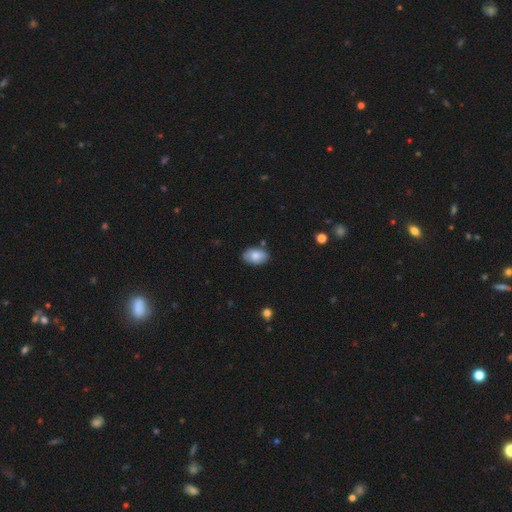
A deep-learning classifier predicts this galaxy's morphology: Overall: smooth (81%). How rounded: in between (92%). Merging: none (79%).